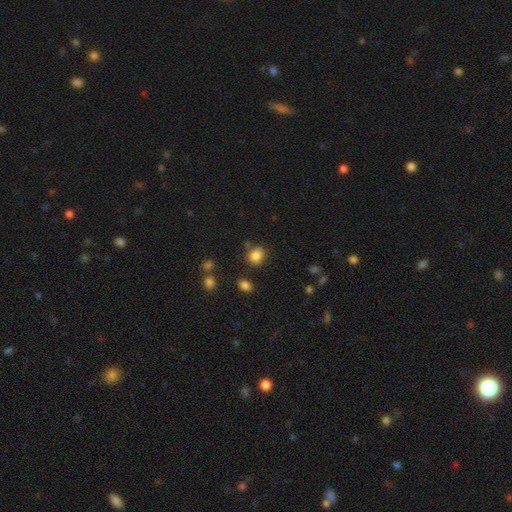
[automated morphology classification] Smooth or featured? Predicted: smooth (p=0.84). How rounded? Predicted: round (p=0.59). Merging? Predicted: none (p=0.73).